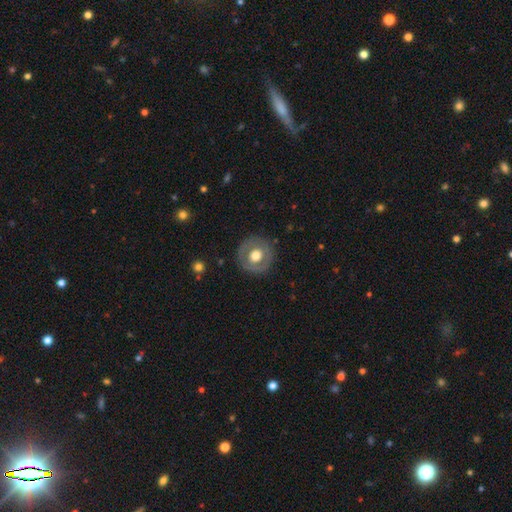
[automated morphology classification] This appears to be a smooth galaxy with no disk features (53%) that is round (92%). Merging: none (86%).